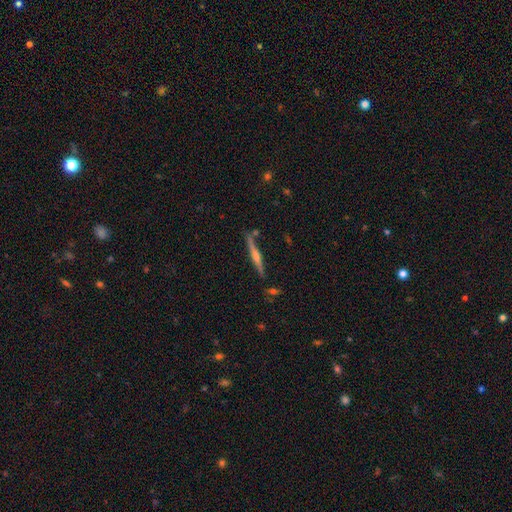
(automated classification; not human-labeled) smooth-or-featured: featured or disk: 79% | smooth: 15% | star or artifact: 6%
  disk-edge-on: yes: 98% | no: 2%
    edge-on-bulge: rounded: 87% | none: 7% | boxy: 5%
  merging: none: 83% | minor disturbance: 11% | merger: 4% | major disturbance: 2%